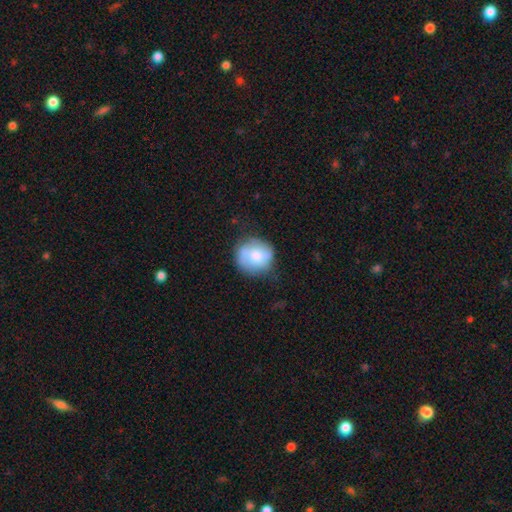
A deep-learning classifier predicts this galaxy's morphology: smooth-or-featured: smooth: 63% | featured or disk: 30% | star or artifact: 7%
  how-rounded: round: 86% | in between: 13% | cigar-shaped: 1%
  merging: none: 59% | minor disturbance: 26% | major disturbance: 10% | merger: 6%